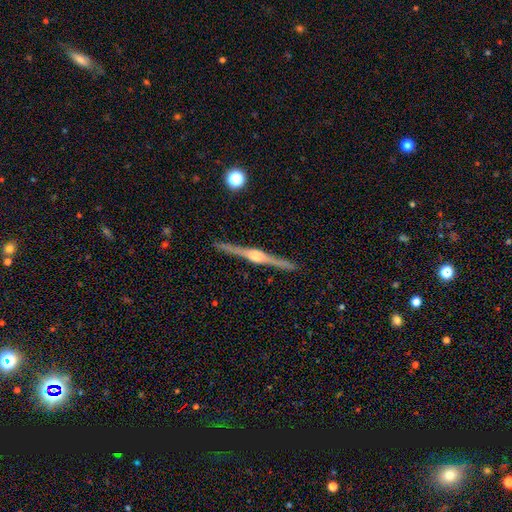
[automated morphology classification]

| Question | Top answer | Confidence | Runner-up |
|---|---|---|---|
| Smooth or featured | featured or disk | 88% | smooth (7%) |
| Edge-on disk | yes | 99% | no (1%) |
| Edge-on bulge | rounded | 86% | boxy (11%) |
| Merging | none | 92% | minor disturbance (6%) |